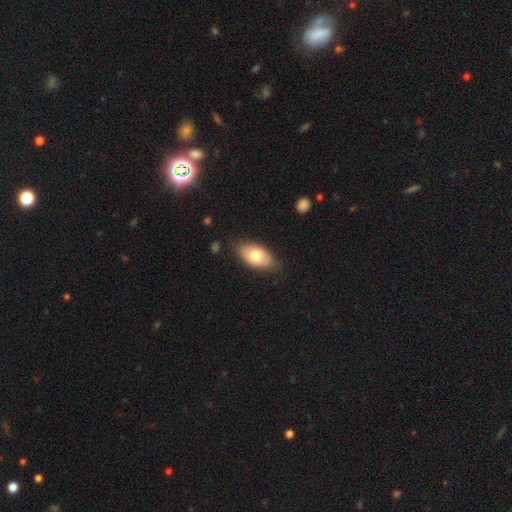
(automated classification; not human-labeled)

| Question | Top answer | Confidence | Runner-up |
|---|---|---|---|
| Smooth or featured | smooth | 73% | featured or disk (21%) |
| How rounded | in between | 93% | round (4%) |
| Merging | none | 80% | minor disturbance (16%) |